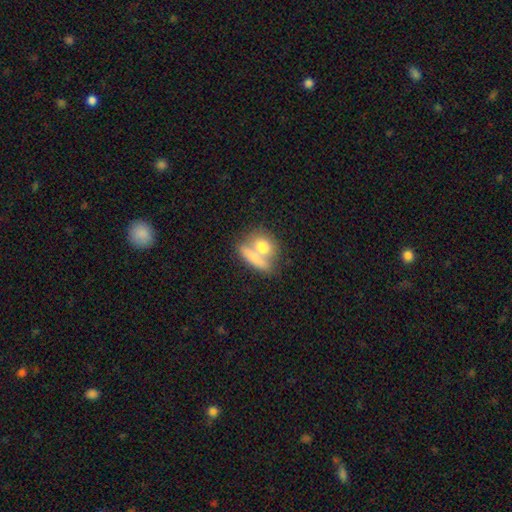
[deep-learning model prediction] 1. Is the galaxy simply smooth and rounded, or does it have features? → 71% smooth, 23% featured or disk, 6% star or artifact.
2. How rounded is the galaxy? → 48% in between, 38% round, 14% cigar-shaped.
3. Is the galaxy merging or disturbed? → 55% merger, 31% none, 9% minor disturbance, 5% major disturbance.